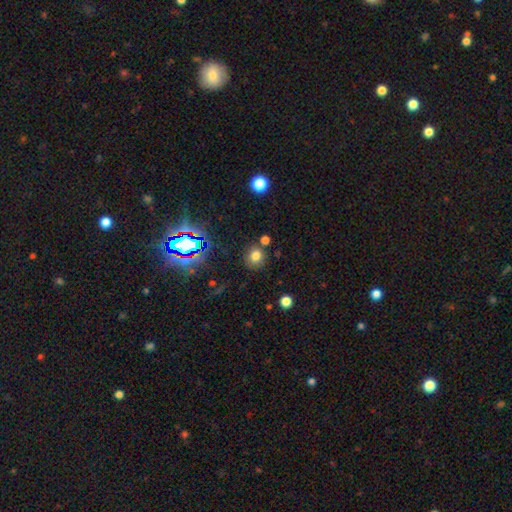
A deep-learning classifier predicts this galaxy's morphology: A smooth galaxy with no disk features (71%) that is round (80%).

Vote fractions:
- Smooth or featured? smooth: 71% / star or artifact: 22% / featured or disk: 7%
- How rounded? round: 80% / in between: 19% / cigar-shaped: 1%
- Merging? none: 77% / minor disturbance: 10% / merger: 10% / major disturbance: 3%